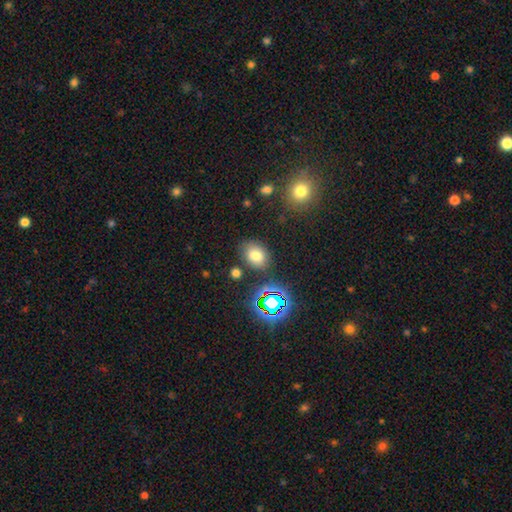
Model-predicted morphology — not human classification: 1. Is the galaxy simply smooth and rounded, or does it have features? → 72% smooth, 19% star or artifact, 9% featured or disk.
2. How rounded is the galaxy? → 67% in between, 32% round, 1% cigar-shaped.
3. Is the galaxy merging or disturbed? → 78% none, 13% minor disturbance, 5% merger, 4% major disturbance.